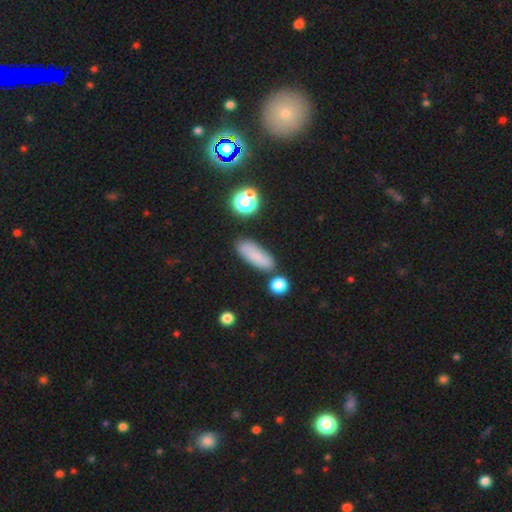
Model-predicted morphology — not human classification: Smooth or featured? smooth (77%)
How rounded? in between (58%)
Merging? none (76%)